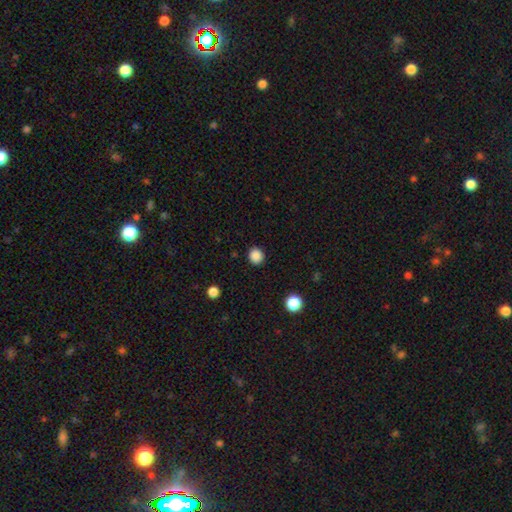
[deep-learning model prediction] smooth-or-featured: smooth: 87% | star or artifact: 11% | featured or disk: 2%
  how-rounded: round: 84% | in between: 15% | cigar-shaped: 1%
  merging: none: 90% | minor disturbance: 6% | major disturbance: 2% | merger: 1%